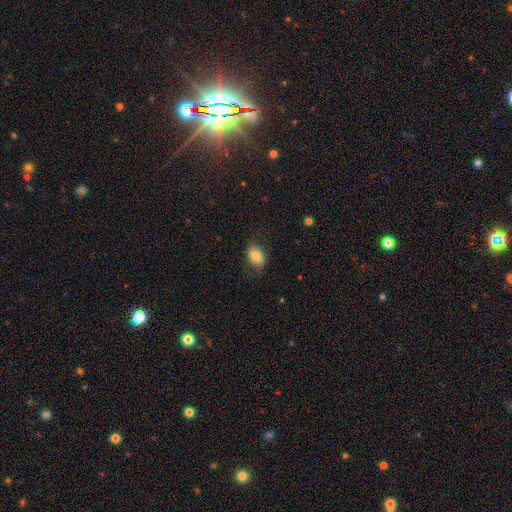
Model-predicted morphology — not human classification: Smooth or featured?
  - smooth: 77% *
  - featured or disk: 14%
  - star or artifact: 9%
How rounded?
  - in between: 77% *
  - round: 22%
  - cigar-shaped: 1%
Merging?
  - none: 77% *
  - minor disturbance: 17%
  - major disturbance: 5%
  - merger: 1%